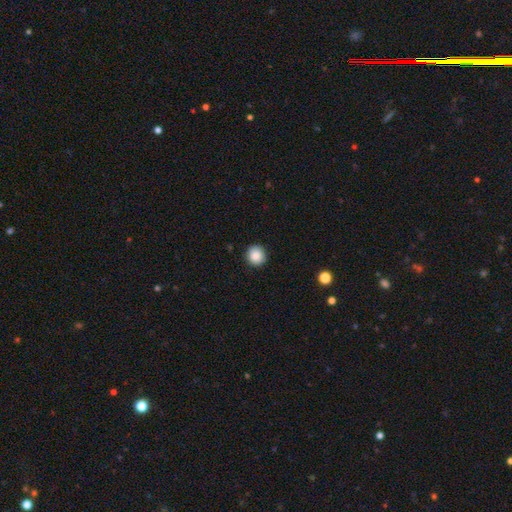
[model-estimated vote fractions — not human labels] Morphology: type=smooth (88%); roundness=round (92%); merging=none (91%).